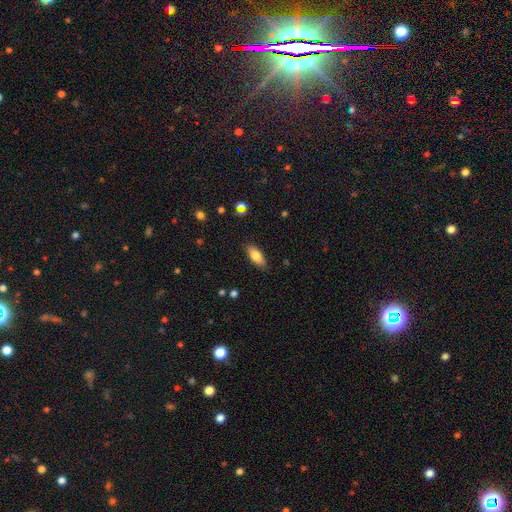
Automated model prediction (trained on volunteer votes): smooth 80%, featured or disk 13%, star or artifact 7%. Down the decision tree: how rounded — in between (79%); merging — none (86%).